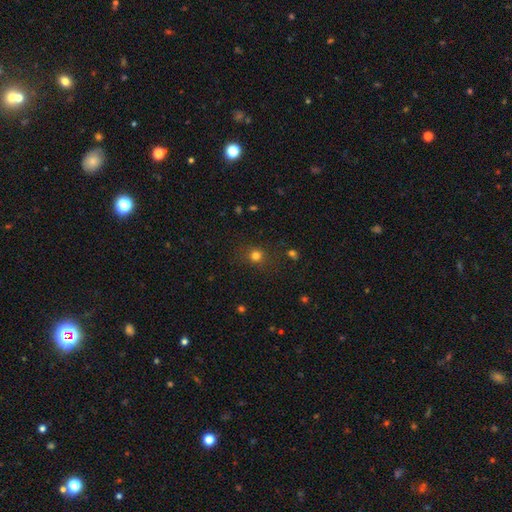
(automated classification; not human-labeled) Q: Smooth or featured?
A: smooth (75%); runner-up: star or artifact (19%)
Q: How rounded?
A: round (85%); runner-up: in between (13%)
Q: Merging?
A: none (82%); runner-up: minor disturbance (11%)